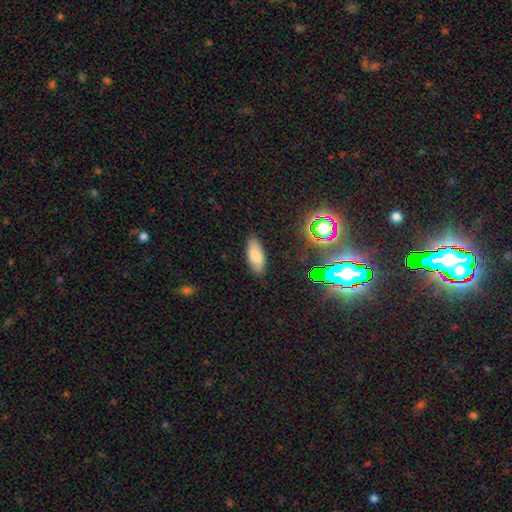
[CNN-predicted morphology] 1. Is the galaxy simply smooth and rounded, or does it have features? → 81% smooth, 10% featured or disk, 9% star or artifact.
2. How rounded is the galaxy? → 82% in between, 16% cigar-shaped, 2% round.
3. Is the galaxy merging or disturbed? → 85% none, 12% minor disturbance, 2% major disturbance, 1% merger.